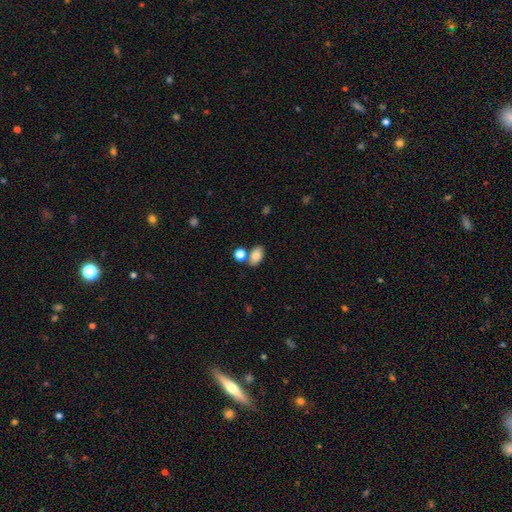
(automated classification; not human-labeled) Morphology: type=smooth (81%); roundness=in between (84%); merging=none (65%).